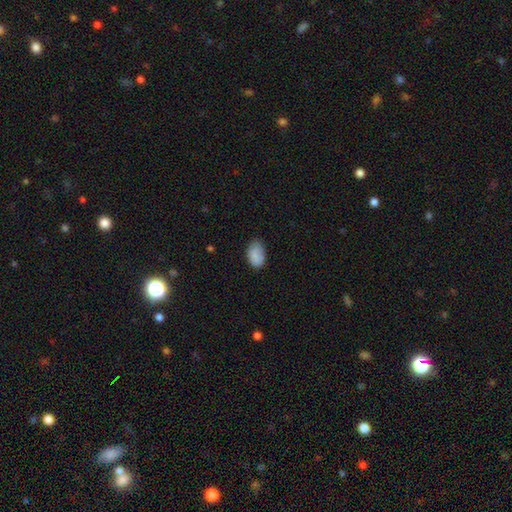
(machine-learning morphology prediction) Overall: smooth (87%). How rounded: in between (89%). Merging: none (71%).